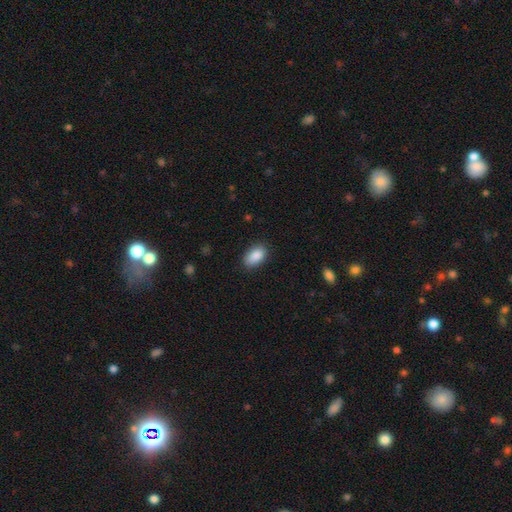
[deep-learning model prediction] This is clearly a smooth galaxy (89%). How rounded: clearly in between (92%). Merging: clearly none (84%).